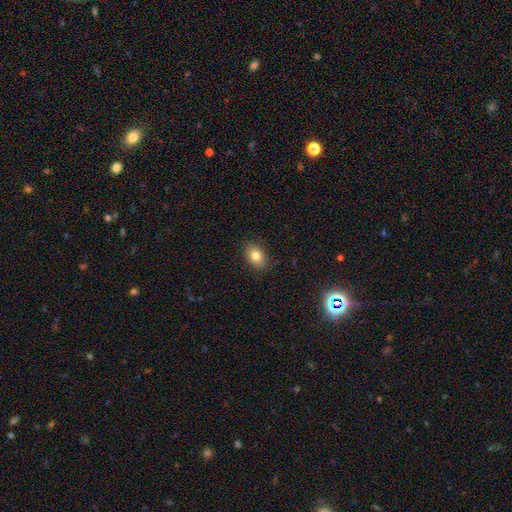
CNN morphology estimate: Q: Smooth or featured?
A: smooth (80%); runner-up: featured or disk (10%)
Q: How rounded?
A: in between (82%); runner-up: round (17%)
Q: Merging?
A: none (87%); runner-up: minor disturbance (10%)